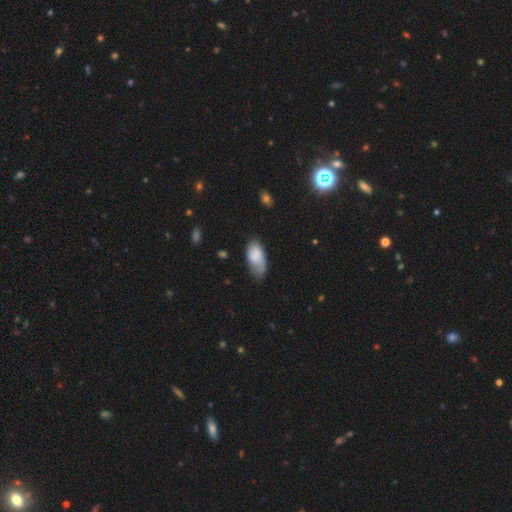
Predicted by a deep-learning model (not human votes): Smooth or featured?
  - smooth: 72% *
  - featured or disk: 21%
  - star or artifact: 7%
How rounded?
  - in between: 92% *
  - cigar-shaped: 5%
  - round: 3%
Merging?
  - none: 48% *
  - minor disturbance: 35%
  - major disturbance: 13%
  - merger: 3%